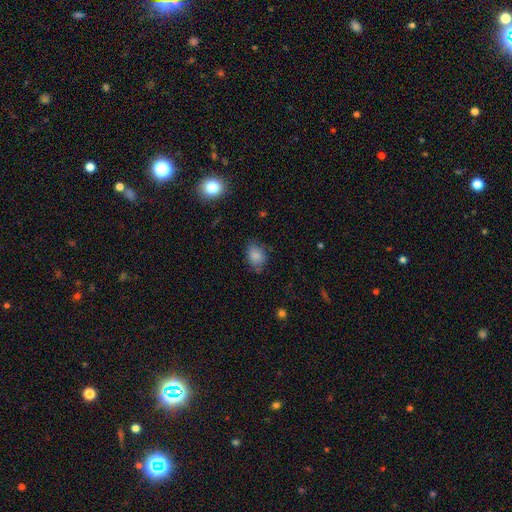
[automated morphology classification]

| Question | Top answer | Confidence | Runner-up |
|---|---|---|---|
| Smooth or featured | smooth | 84% | star or artifact (9%) |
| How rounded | in between | 70% | round (29%) |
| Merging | none | 72% | minor disturbance (21%) |